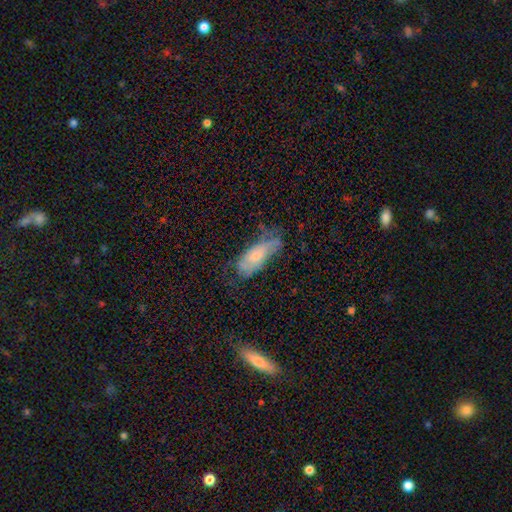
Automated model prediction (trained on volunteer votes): A smooth galaxy with no disk features (59%) that is in between round and cigar-shaped (68%). Merging: none (43%).